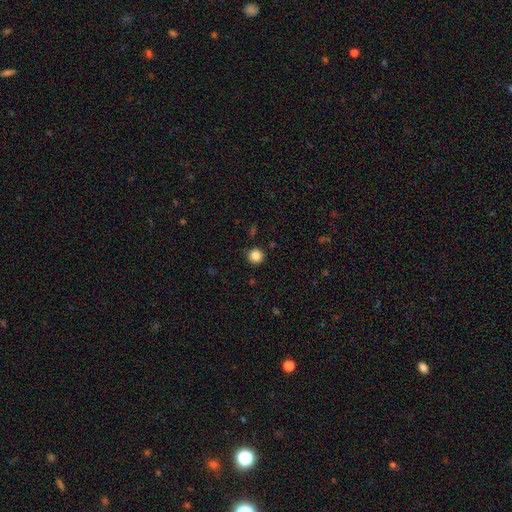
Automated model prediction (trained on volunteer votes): smooth 85%, star or artifact 11%, featured or disk 4%. Down the decision tree: how rounded — round (95%); merging — none (91%).